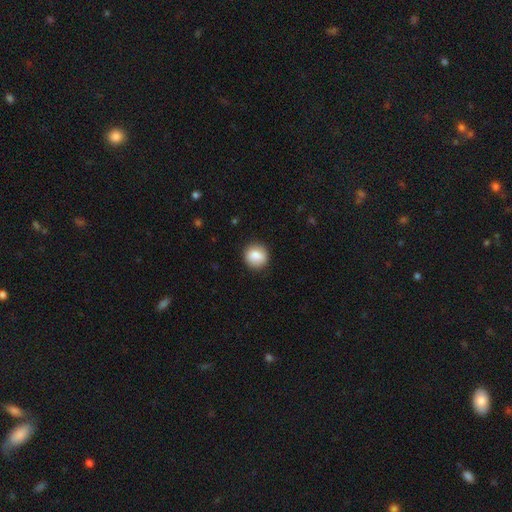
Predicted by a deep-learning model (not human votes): Q: Smooth or featured?
A: smooth (85%); runner-up: star or artifact (8%)
Q: How rounded?
A: round (87%); runner-up: in between (12%)
Q: Merging?
A: none (88%); runner-up: minor disturbance (8%)